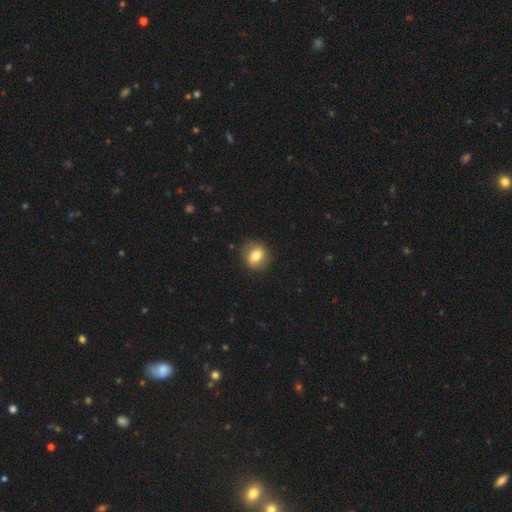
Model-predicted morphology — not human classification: Smooth or featured: smooth — 69% (featured or disk — 23%)
How rounded: round — 62% (in between — 36%)
Merging: none — 85% (minor disturbance — 10%)